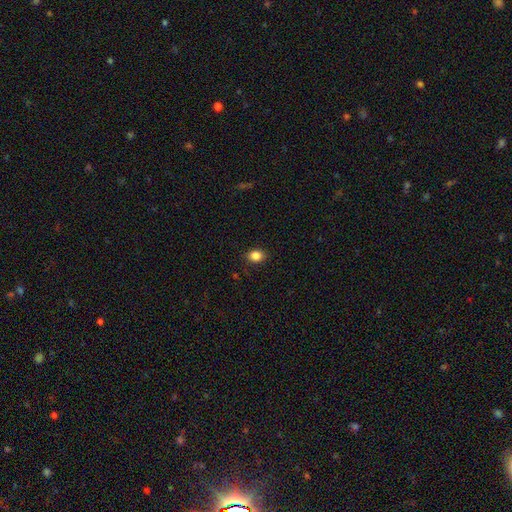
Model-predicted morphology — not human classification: smooth-or-featured: smooth: 86% | star or artifact: 10% | featured or disk: 4%
  how-rounded: in between: 61% | round: 38% | cigar-shaped: 1%
  merging: none: 87% | minor disturbance: 10% | major disturbance: 2% | merger: 1%